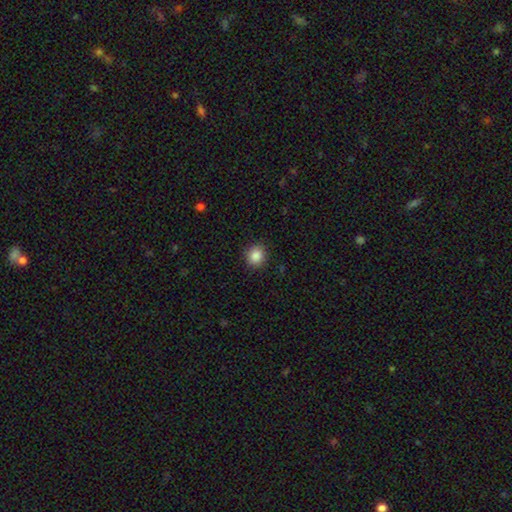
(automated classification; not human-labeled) This appears to be a smooth galaxy with no disk features (87%) that is round (82%). Merging: none (89%).